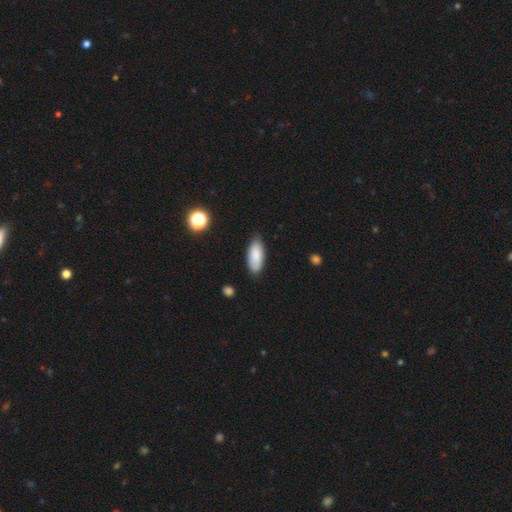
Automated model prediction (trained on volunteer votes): smooth-or-featured: smooth: 86% | featured or disk: 7% | star or artifact: 7%
  how-rounded: in between: 84% | cigar-shaped: 15% | round: 2%
  merging: none: 78% | minor disturbance: 18% | major disturbance: 3% | merger: 2%